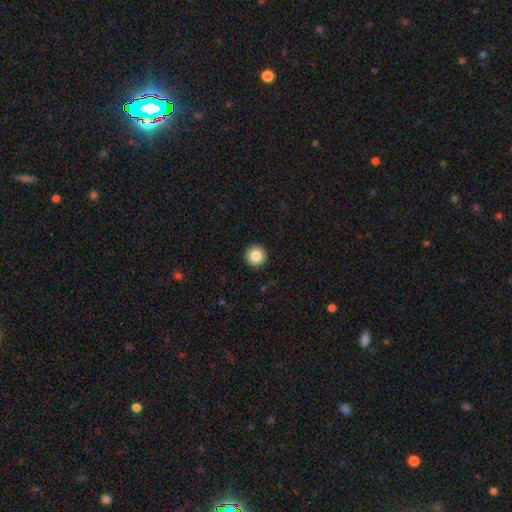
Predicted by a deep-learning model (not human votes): Smooth or featured? smooth (84%)
How rounded? round (96%)
Merging? none (93%)